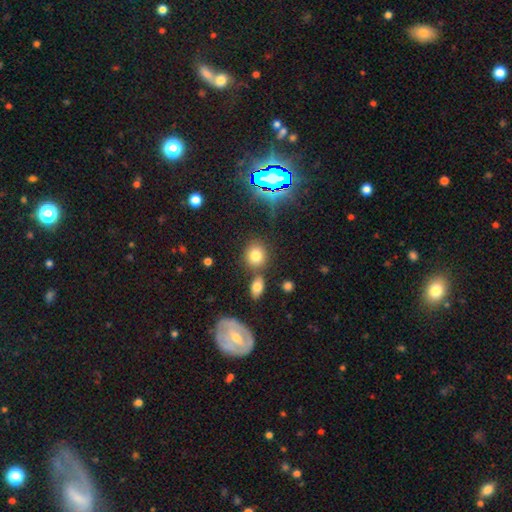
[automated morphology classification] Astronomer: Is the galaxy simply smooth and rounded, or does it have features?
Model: smooth — 75%.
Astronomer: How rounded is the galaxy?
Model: round — 72%.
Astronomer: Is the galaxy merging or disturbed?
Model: none — 72%.